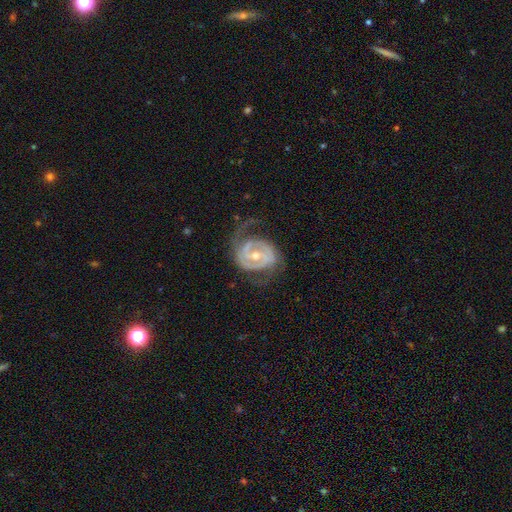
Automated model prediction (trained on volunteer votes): A featured or disk galaxy (86%) with a weak bar (40%), 2 (70%) tight (40%, tied with medium) spiral arms (90%) and a moderate central bulge (55%). Merging: none (59%).